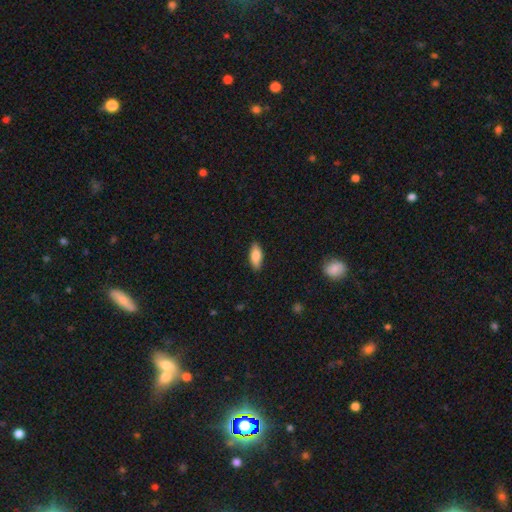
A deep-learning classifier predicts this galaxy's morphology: Smooth or featured: smooth — 81% (featured or disk — 13%)
How rounded: in between — 80% (cigar-shaped — 17%)
Merging: none — 87% (minor disturbance — 10%)